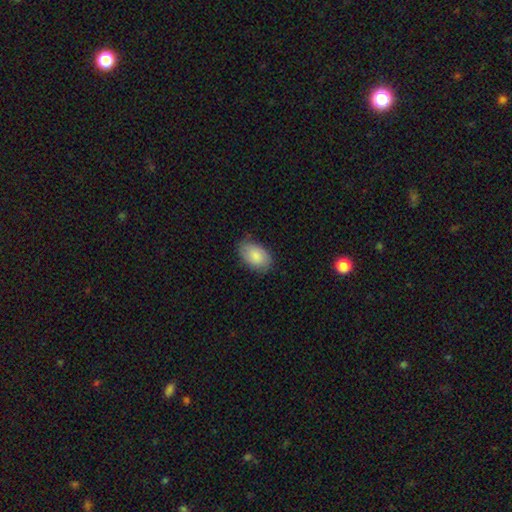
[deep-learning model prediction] smooth-or-featured: smooth: 82% | featured or disk: 12% | star or artifact: 6%
  how-rounded: in between: 91% | round: 8% | cigar-shaped: 1%
  merging: none: 75% | minor disturbance: 20% | major disturbance: 4% | merger: 1%